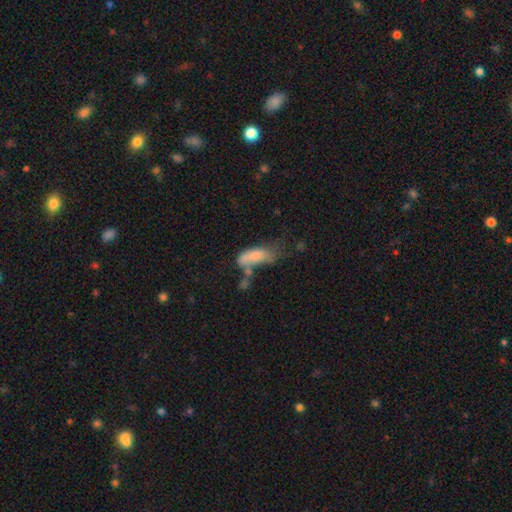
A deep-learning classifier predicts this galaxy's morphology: The model was most divided on "merging" (2-way tie): merger: 30%, major disturbance: 30%, none: 20%, minor disturbance: 19%. More confident: how rounded — in between (74%); smooth or featured — smooth (64%).